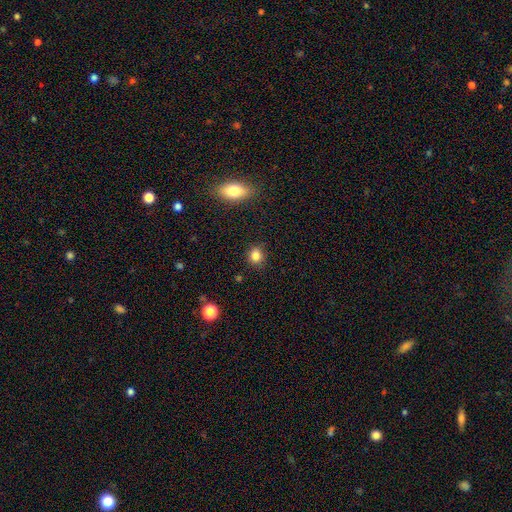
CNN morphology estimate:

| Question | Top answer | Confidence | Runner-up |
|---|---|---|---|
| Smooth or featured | smooth | 83% | star or artifact (12%) |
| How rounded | round | 72% | in between (27%) |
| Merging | none | 85% | minor disturbance (11%) |